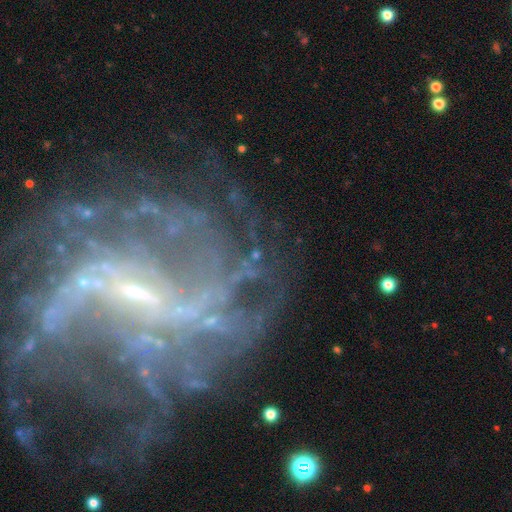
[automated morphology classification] Smooth or featured?
  - featured or disk: 65% *
  - star or artifact: 22%
  - smooth: 13%
Edge-on disk?
  - no: 94% *
  - yes: 6%
Bar?
  - no: 37% *
  - strong: 32%
  - weak: 31%
Spiral arms?
  - yes: 87% *
  - no: 13%
Spiral winding?
  - tight: 60% *
  - medium: 28%
  - loose: 11%
Spiral arm count?
  - can't tell: 30% *
  - 2: 21%
  - 3: 15%
  - 4: 12%
  - more than 4: 11%
  - 1: 11%
Bulge size?
  - small: 62% *
  - moderate: 20%
  - none: 11%
  - large: 4%
  - dominant: 2%
Merging?
  - none: 65% *
  - minor disturbance: 16%
  - major disturbance: 14%
  - merger: 5%